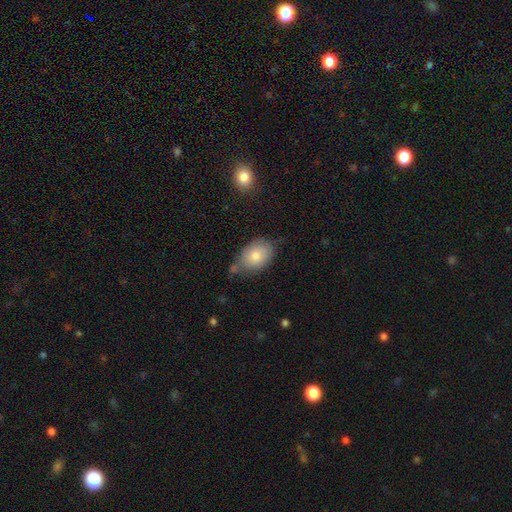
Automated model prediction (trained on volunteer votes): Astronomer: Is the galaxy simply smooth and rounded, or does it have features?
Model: smooth — 78%.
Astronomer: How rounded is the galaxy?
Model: in between — 81%.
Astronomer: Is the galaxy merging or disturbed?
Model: none — 62%.